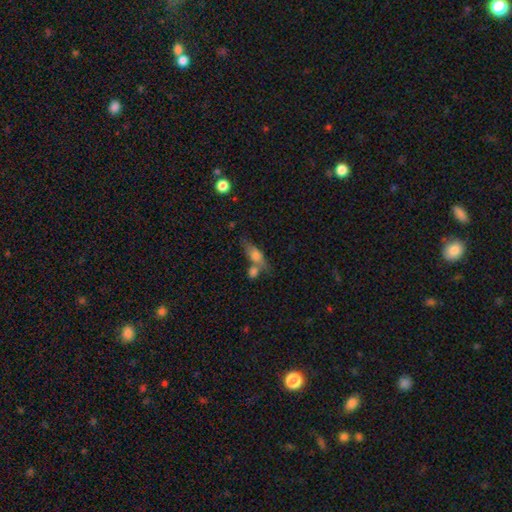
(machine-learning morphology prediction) type=smooth (66%); roundness=in between (64%); merging=none (40%).